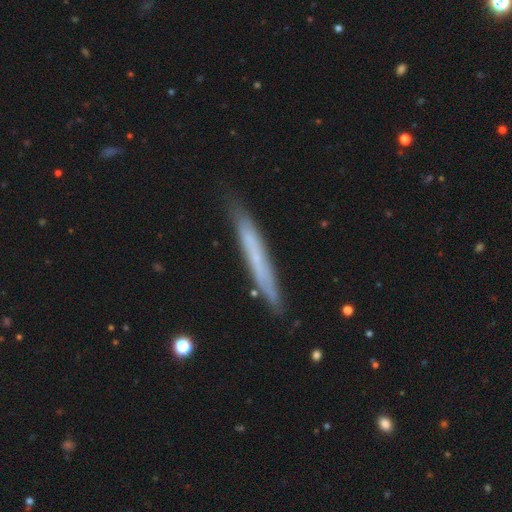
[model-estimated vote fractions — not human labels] smooth-or-featured: featured or disk: 47% | smooth: 46% | star or artifact: 7%
  merging: none: 83% | minor disturbance: 13% | major disturbance: 2% | merger: 2%